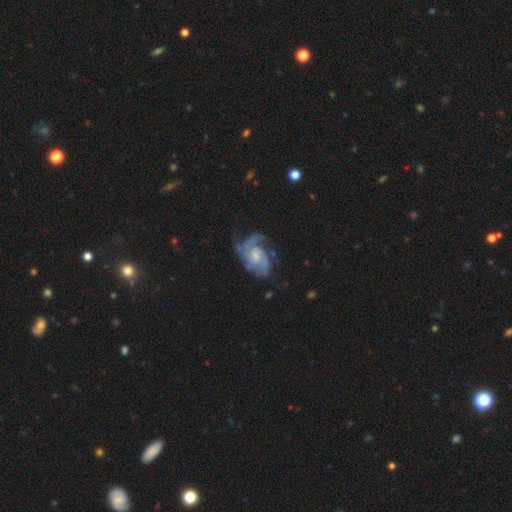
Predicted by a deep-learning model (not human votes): Morphology: type=featured or disk (90%); edge-on=no (98%); bar=no (54%); spiral arms=yes (98%); winding=tight (46%); arm count=2 (61%); bulge=small (48%); merging=none (61%).